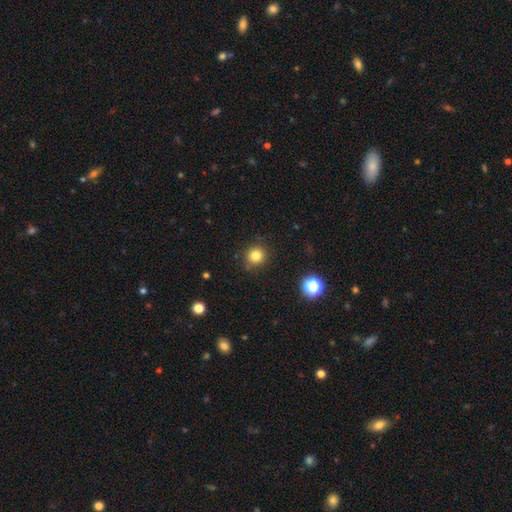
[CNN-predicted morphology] This appears to be a smooth galaxy with no disk features (81%) that is round (90%). Merging: none (87%).